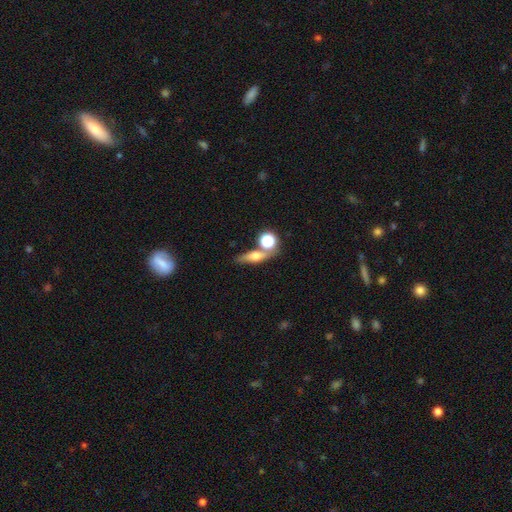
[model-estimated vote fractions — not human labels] smooth_or_featured: smooth (p=0.52) [alt: featured or disk p=0.34]
how_rounded: in between (p=0.41) [alt: cigar-shaped p=0.38]
merging: none (p=0.60) [alt: merger p=0.21]